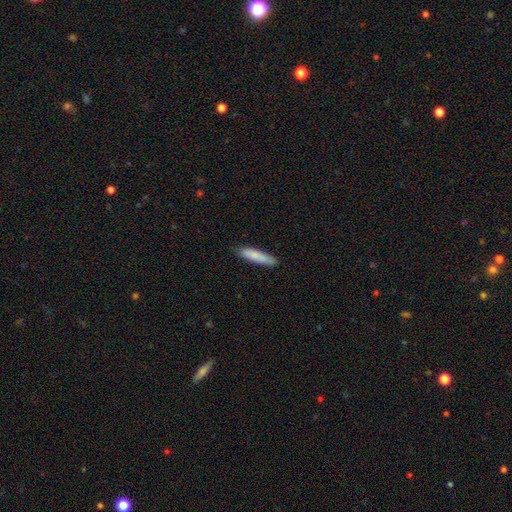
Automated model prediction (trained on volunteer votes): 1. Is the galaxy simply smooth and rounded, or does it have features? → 83% smooth, 11% featured or disk, 6% star or artifact.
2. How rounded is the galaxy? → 85% cigar-shaped, 14% in between, 1% round.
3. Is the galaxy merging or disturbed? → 85% none, 12% minor disturbance, 2% major disturbance, 1% merger.